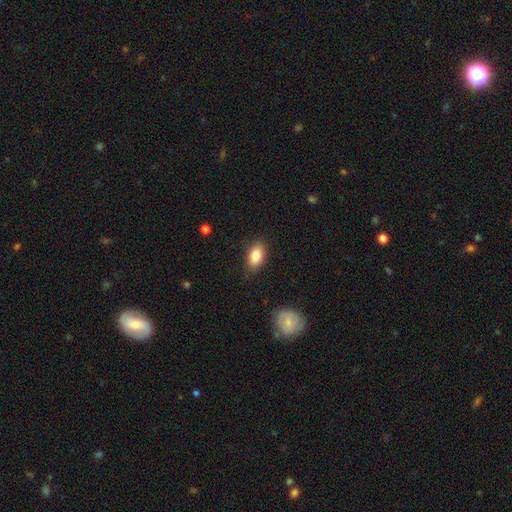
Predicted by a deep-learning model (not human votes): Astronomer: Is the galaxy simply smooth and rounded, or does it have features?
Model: smooth — 83%.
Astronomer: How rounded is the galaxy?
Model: in between — 89%.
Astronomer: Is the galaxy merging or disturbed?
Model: none — 85%.